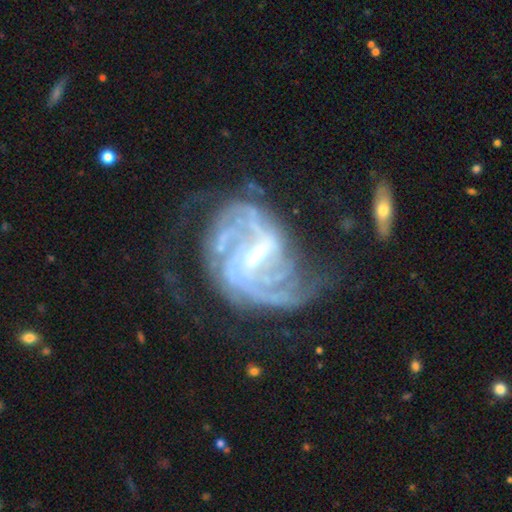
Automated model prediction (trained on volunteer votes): A featured or disk galaxy (91%) with a strong bar (45%, tied with weak), 2 (25%) tight (52%) spiral arms (97%) and a small central bulge (48%). Merging: none (56%).